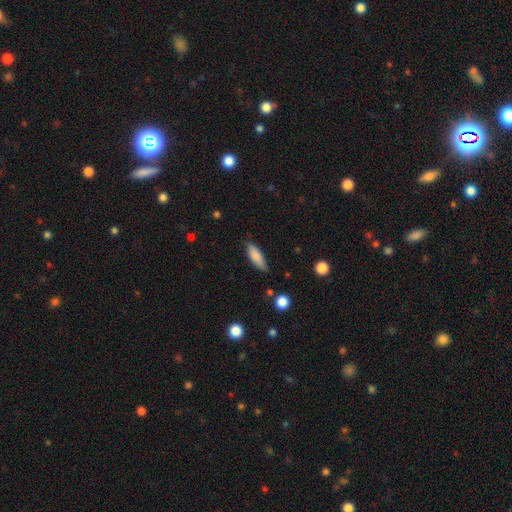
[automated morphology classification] type=smooth (82%); roundness=in between (56%); merging=none (79%).